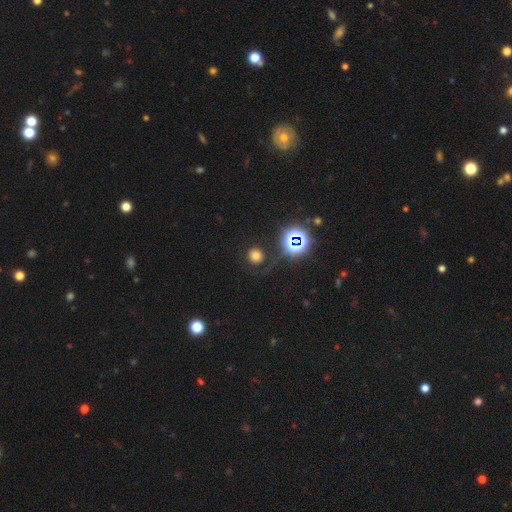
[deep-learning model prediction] Smooth or featured: smooth — 68% (star or artifact — 24%)
How rounded: round — 91% (in between — 8%)
Merging: none — 85% (minor disturbance — 8%)